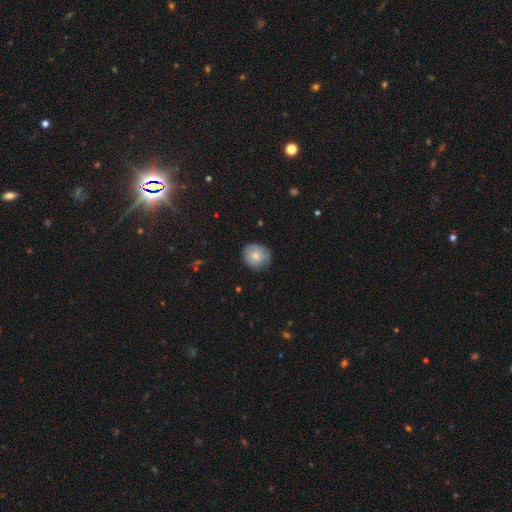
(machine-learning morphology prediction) Q: Smooth or featured?
A: smooth (73%); runner-up: featured or disk (19%)
Q: How rounded?
A: round (84%); runner-up: in between (15%)
Q: Merging?
A: none (75%); runner-up: minor disturbance (20%)